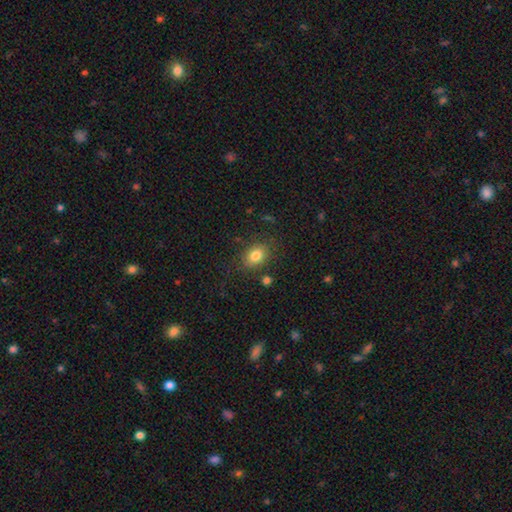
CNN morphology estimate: A smooth galaxy with no disk features (82%) that is in between round and cigar-shaped (66%).

Vote fractions:
- Smooth or featured? smooth: 82% / star or artifact: 10% / featured or disk: 8%
- How rounded? in between: 66% / round: 33% / cigar-shaped: 1%
- Merging? none: 79% / minor disturbance: 13% / major disturbance: 4% / merger: 4%